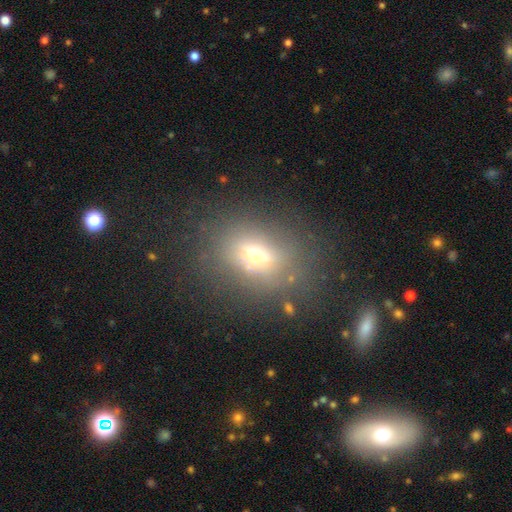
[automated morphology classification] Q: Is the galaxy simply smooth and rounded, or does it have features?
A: smooth — 56%.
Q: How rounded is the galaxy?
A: in between — 61%.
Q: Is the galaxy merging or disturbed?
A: none — 70%.